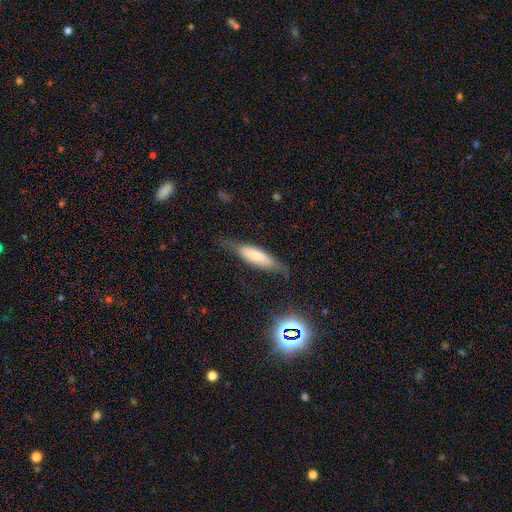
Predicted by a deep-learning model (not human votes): Overall: smooth (59%; featured or disk 33%). How rounded: cigar-shaped (61%; in between 37%). Merging: none (63%; minor disturbance 25%).